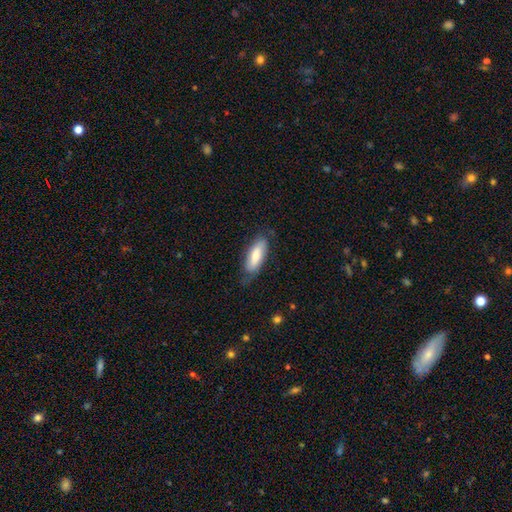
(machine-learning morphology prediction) A smooth galaxy with no disk features (69%) that is in between round and cigar-shaped (69%). Merging: none (67%).